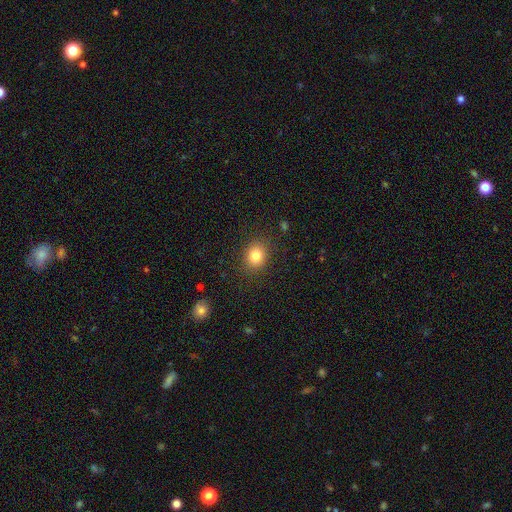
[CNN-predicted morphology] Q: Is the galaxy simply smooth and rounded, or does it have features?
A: smooth — 81%.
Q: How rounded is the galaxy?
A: round — 65%.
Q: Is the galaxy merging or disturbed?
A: none — 88%.